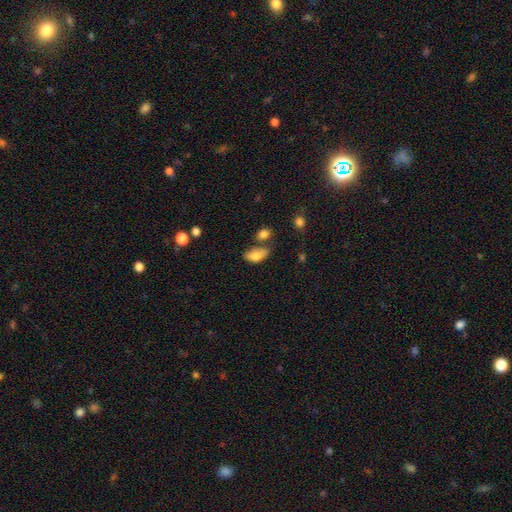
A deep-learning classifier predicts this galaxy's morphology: A smooth galaxy with no disk features (76%) that is in between round and cigar-shaped (88%).

Vote fractions:
- Smooth or featured? smooth: 76% / featured or disk: 16% / star or artifact: 8%
- How rounded? in between: 88% / cigar-shaped: 6% / round: 6%
- Merging? none: 49% / minor disturbance: 23% / merger: 20% / major disturbance: 8%